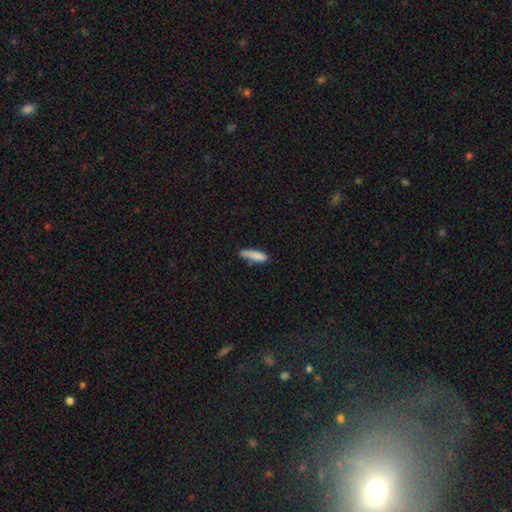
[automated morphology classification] Smooth or featured? smooth (84%)
How rounded? cigar-shaped (68%)
Merging? none (61%)